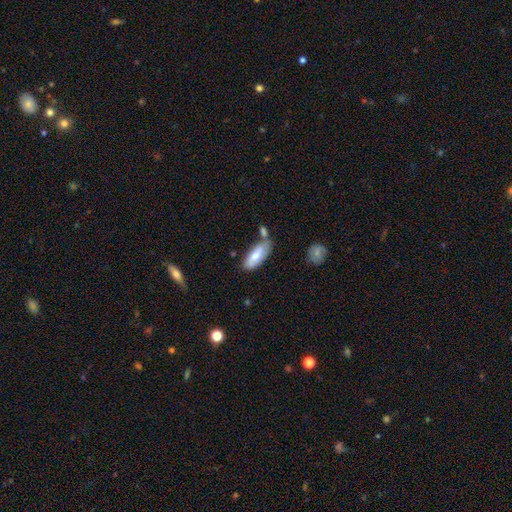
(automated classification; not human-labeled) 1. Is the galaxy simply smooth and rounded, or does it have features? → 72% smooth, 22% featured or disk, 6% star or artifact.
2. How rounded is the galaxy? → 77% in between, 22% cigar-shaped, 2% round.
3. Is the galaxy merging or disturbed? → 55% none, 21% minor disturbance, 18% merger, 5% major disturbance.